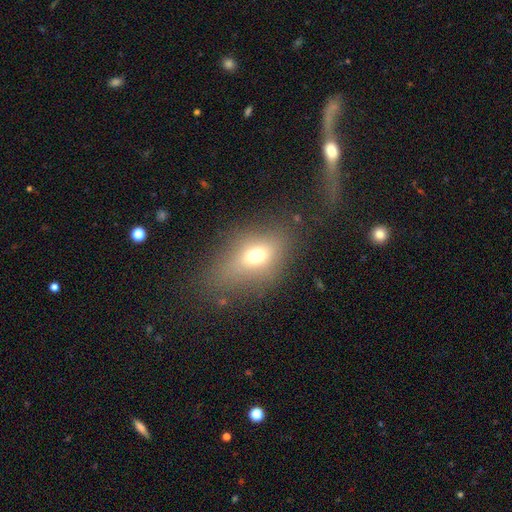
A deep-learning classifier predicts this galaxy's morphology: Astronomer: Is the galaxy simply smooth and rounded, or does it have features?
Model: smooth — 65%.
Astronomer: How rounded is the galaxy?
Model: in between — 72%.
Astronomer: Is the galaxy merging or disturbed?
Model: none — 68%.